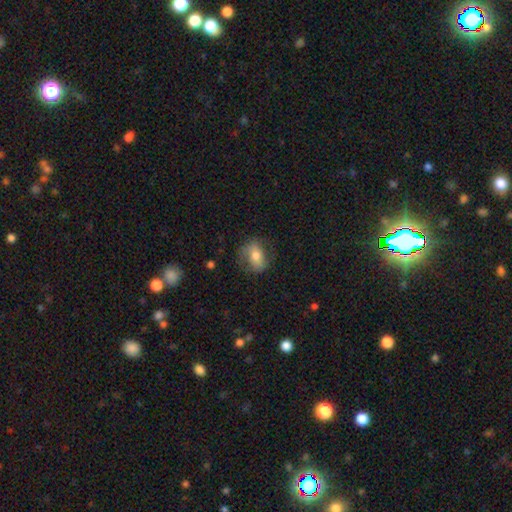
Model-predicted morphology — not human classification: type=smooth (55%); roundness=in between (64%); merging=none (70%).